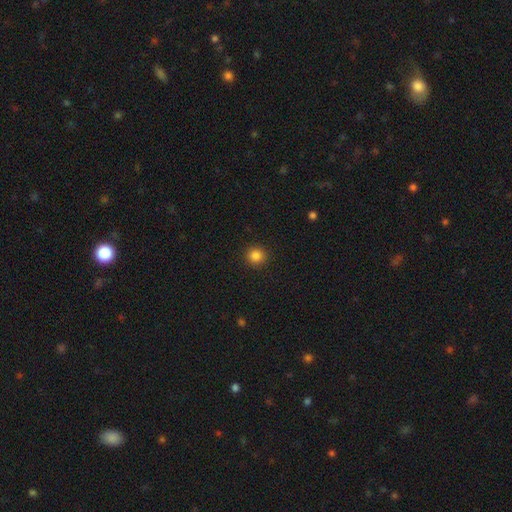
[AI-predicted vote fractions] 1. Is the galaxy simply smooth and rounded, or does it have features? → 84% smooth, 12% star or artifact, 4% featured or disk.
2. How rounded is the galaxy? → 94% round, 5% in between, 1% cigar-shaped.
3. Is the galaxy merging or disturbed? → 92% none, 5% minor disturbance, 2% major disturbance, 1% merger.